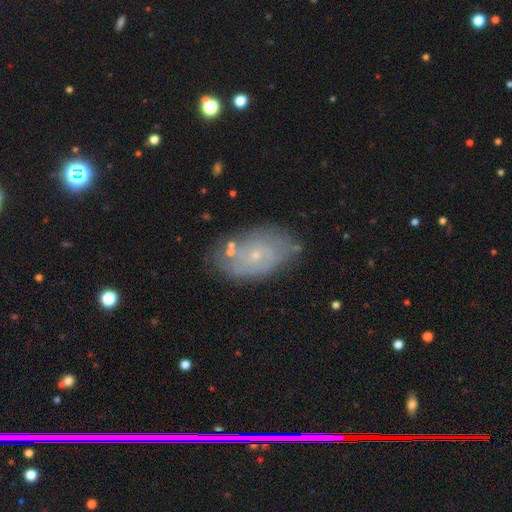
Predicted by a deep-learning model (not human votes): Smooth or featured? featured or disk (63%)
Edge-on disk? no (94%)
Bar? no (83%)
Spiral arms? yes (69%)
Bulge size? small (83%)
Merging? none (72%)